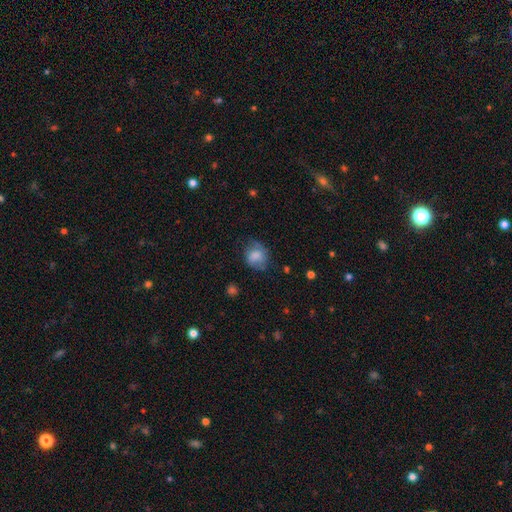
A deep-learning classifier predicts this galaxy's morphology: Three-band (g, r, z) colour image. It shows a smooth galaxy with no disk features (73%) that is round (64%). Merging: none (54%).